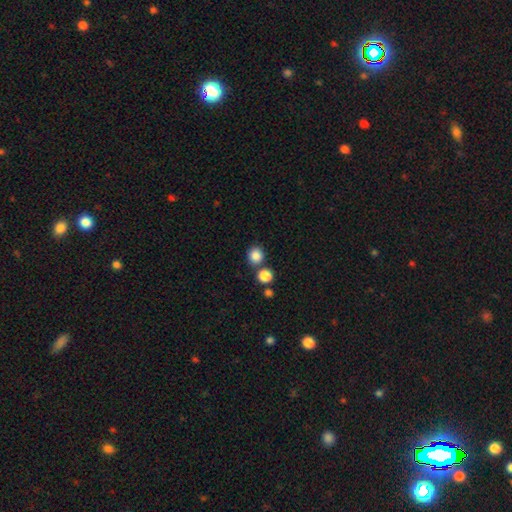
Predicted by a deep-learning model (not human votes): Smooth or featured? Predicted: smooth (p=0.85). How rounded? Predicted: round (p=0.86). Merging? Predicted: none (p=0.71).